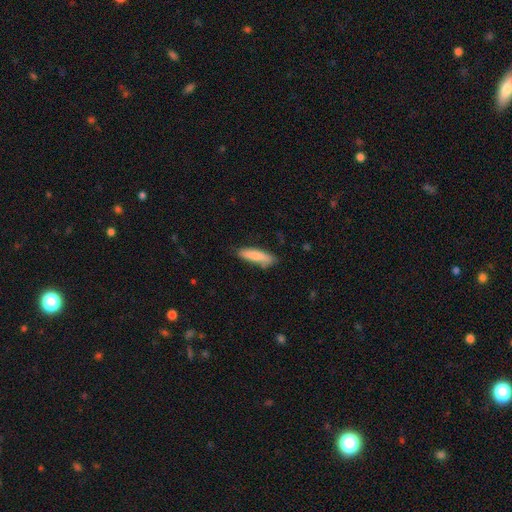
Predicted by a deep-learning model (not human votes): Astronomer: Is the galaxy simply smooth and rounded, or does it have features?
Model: smooth — 82%.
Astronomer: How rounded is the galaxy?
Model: cigar-shaped — 70%.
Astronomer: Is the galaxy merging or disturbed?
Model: none — 75%.